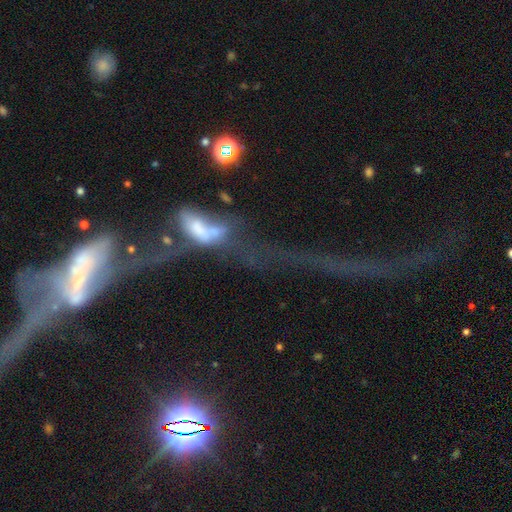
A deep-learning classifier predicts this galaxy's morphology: type=featured or disk (57%); edge-on=no (75%); merging=merger (58%).